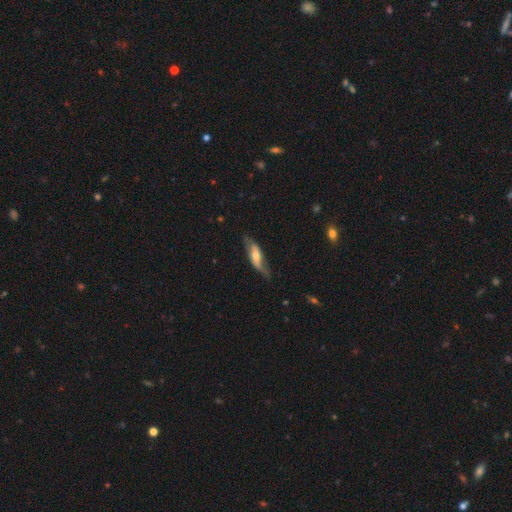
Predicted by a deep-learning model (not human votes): Overall: featured or disk (57%; smooth 37%). Edge-on disk: no (61%; yes 39%). Merging: none (59%; minor disturbance 27%).